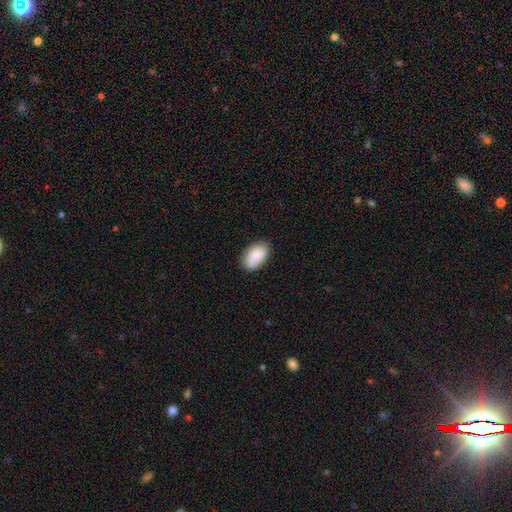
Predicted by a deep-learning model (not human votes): smooth-or-featured: smooth: 85% | featured or disk: 9% | star or artifact: 6%
  how-rounded: in between: 93% | round: 5% | cigar-shaped: 1%
  merging: none: 79% | minor disturbance: 16% | major disturbance: 3% | merger: 1%